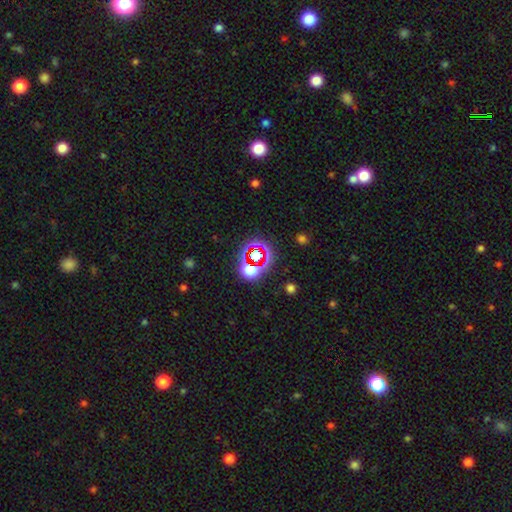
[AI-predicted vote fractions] smooth-or-featured: star or artifact: 67% | smooth: 22% | featured or disk: 11%